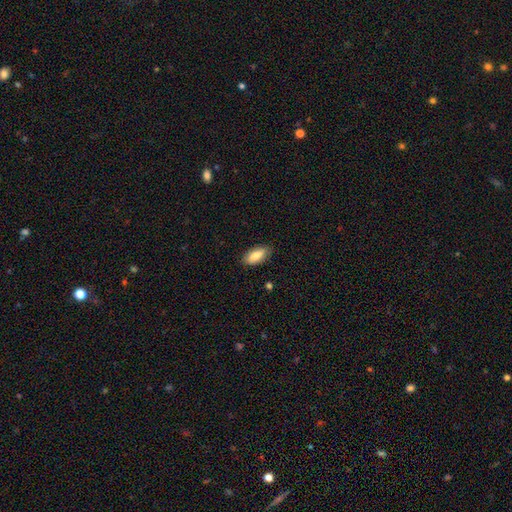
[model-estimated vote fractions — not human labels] The model was most divided on "smooth or featured": smooth: 82%, featured or disk: 12%, star or artifact: 6%. More confident: how rounded — in between (87%); merging — none (86%).